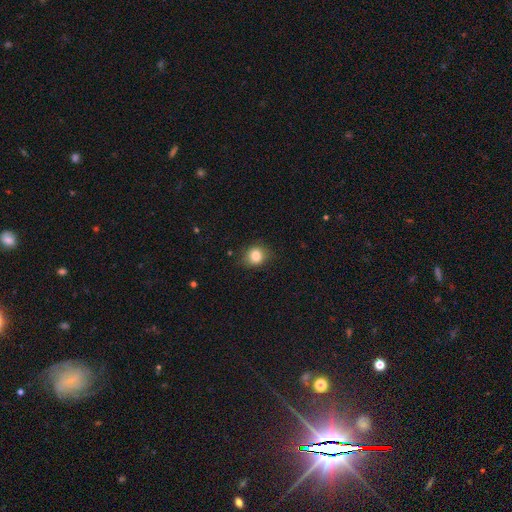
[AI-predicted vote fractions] Smooth or featured: smooth — 83% (star or artifact — 10%)
How rounded: round — 71% (in between — 28%)
Merging: none — 80% (minor disturbance — 15%)